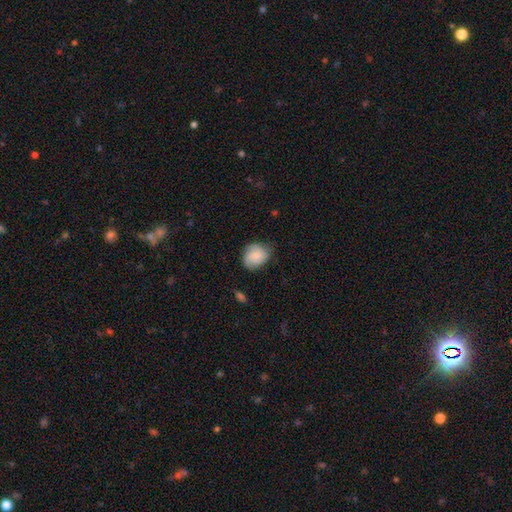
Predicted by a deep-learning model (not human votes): The model was most divided on "how rounded": round: 60%, in between: 39%, cigar-shaped: 1%. More confident: smooth or featured — smooth (72%); merging — none (64%).